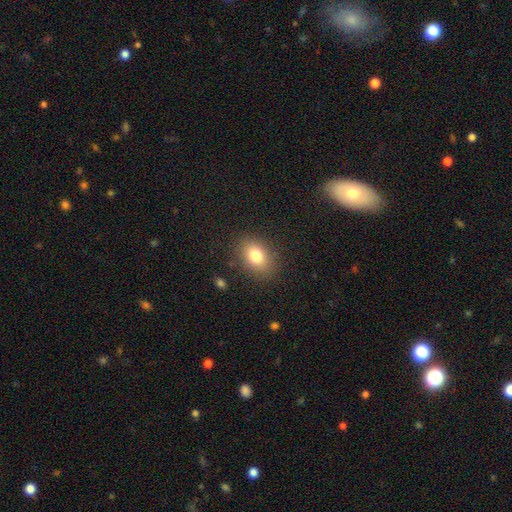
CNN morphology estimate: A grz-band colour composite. It shows a smooth galaxy with no disk features (80%) that is in between round and cigar-shaped (75%). Merging: none (84%).